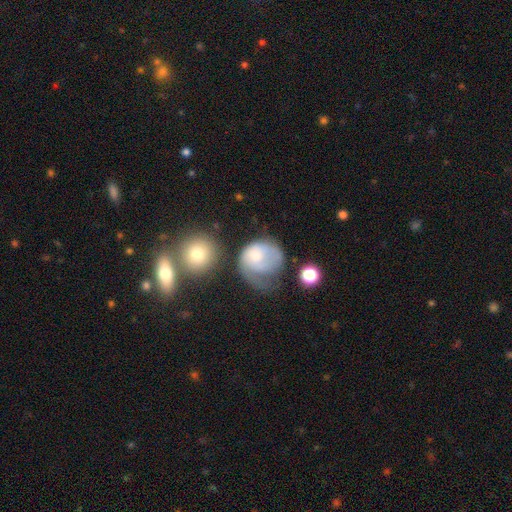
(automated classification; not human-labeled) A smooth galaxy with no disk features (48%).

Vote fractions:
- Smooth or featured? smooth: 48% / featured or disk: 44% / star or artifact: 8%
- Merging? major disturbance: 47% / minor disturbance: 23% / none: 21% / merger: 9%